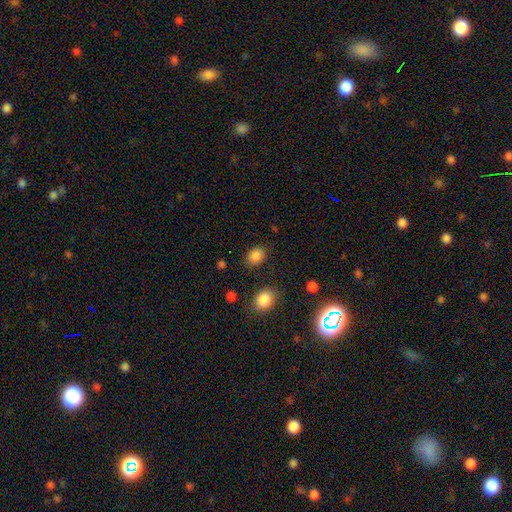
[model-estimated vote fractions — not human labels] This appears to be a smooth galaxy with no disk features (86%) that is in between round and cigar-shaped (68%). Merging: none (84%).